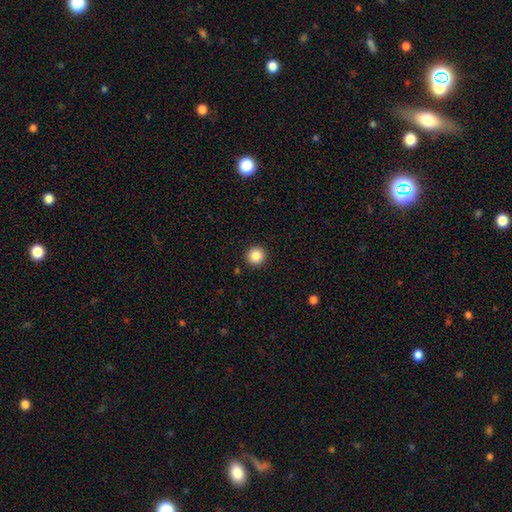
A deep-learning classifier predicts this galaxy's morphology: Smooth or featured?
  - smooth: 86% *
  - star or artifact: 10%
  - featured or disk: 4%
How rounded?
  - round: 95% *
  - in between: 4%
  - cigar-shaped: 1%
Merging?
  - none: 93% *
  - minor disturbance: 4%
  - major disturbance: 2%
  - merger: 1%